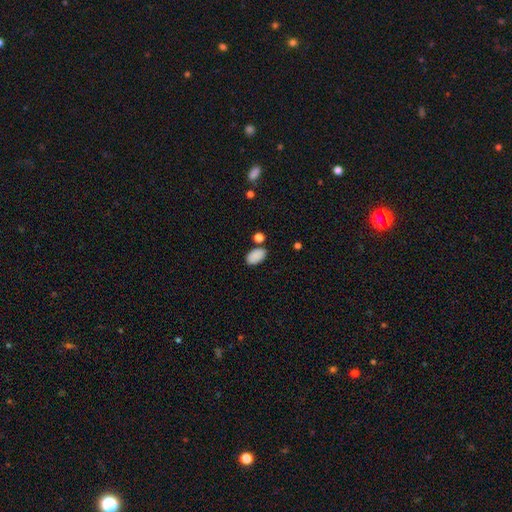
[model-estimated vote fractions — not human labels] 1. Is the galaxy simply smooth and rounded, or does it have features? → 88% smooth, 8% star or artifact, 4% featured or disk.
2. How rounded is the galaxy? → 94% in between, 5% round, 1% cigar-shaped.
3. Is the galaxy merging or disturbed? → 78% none, 12% minor disturbance, 7% merger, 3% major disturbance.